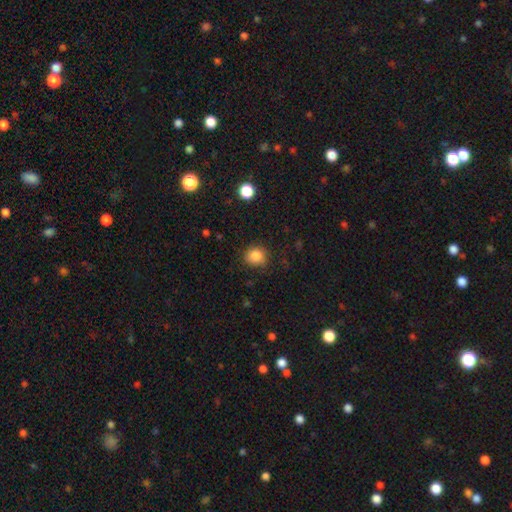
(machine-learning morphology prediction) Smooth or featured? smooth (84%)
How rounded? round (84%)
Merging? none (82%)